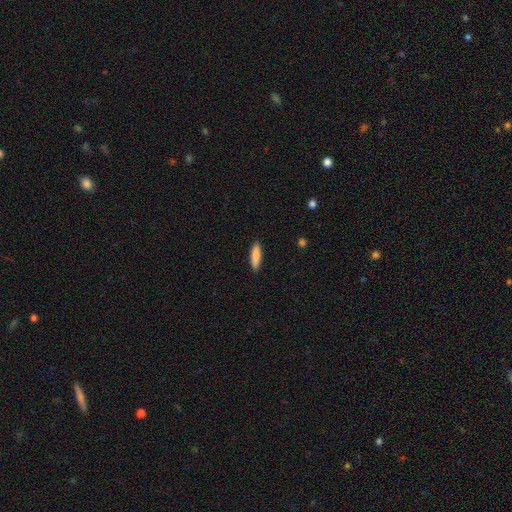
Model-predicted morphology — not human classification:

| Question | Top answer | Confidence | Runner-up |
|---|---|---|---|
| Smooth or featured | smooth | 86% | featured or disk (8%) |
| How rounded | cigar-shaped | 69% | in between (29%) |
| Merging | none | 90% | minor disturbance (8%) |